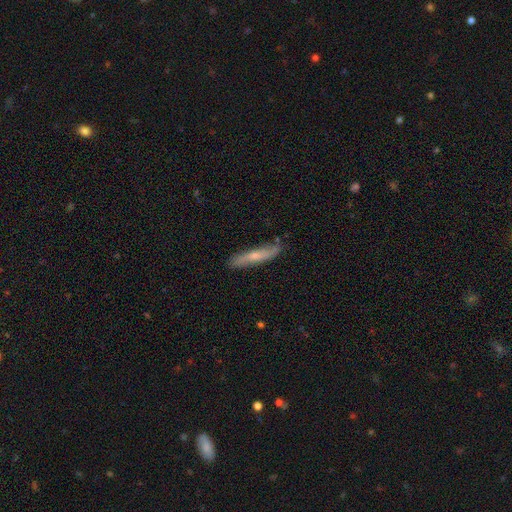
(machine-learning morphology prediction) type=featured or disk (51%); edge-on=yes (60%); merging=none (80%).